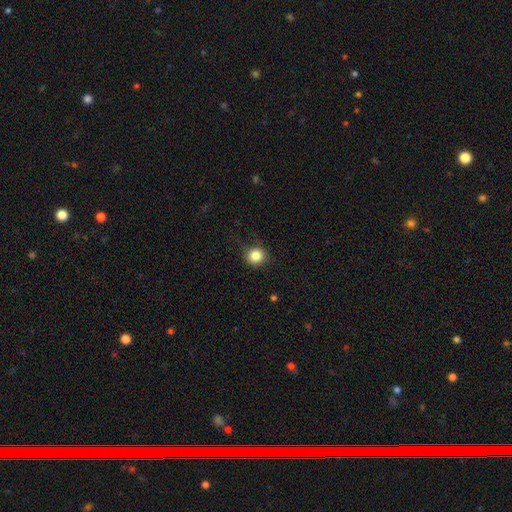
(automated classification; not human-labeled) Overall: smooth (84%). How rounded: round (93%). Merging: none (85%).